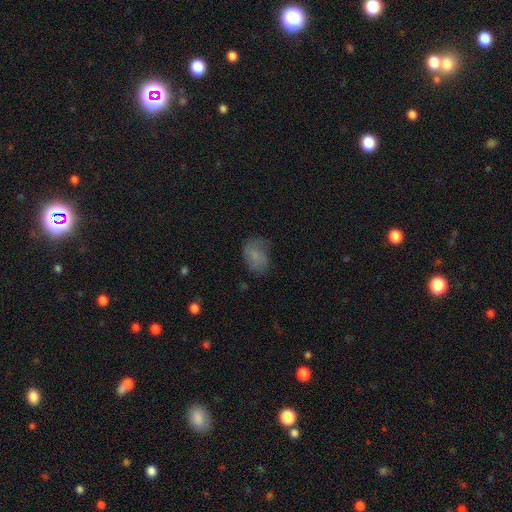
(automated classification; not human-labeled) Smooth or featured?
  - smooth: 73% *
  - featured or disk: 16%
  - star or artifact: 11%
How rounded?
  - in between: 77% *
  - round: 21%
  - cigar-shaped: 1%
Merging?
  - none: 51% *
  - minor disturbance: 30%
  - major disturbance: 17%
  - merger: 2%